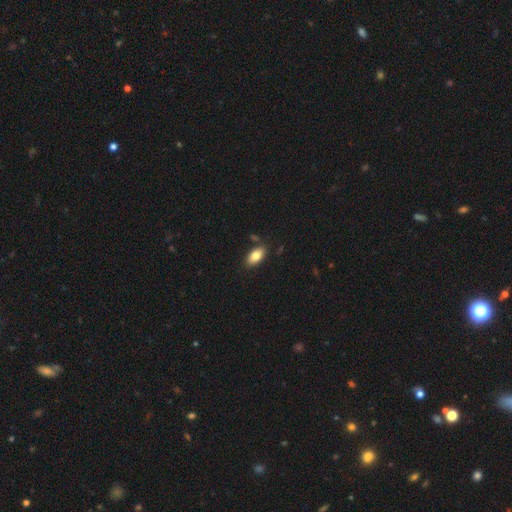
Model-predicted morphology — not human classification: Smooth or featured: smooth — 81% (featured or disk — 12%)
How rounded: in between — 93% (round — 4%)
Merging: none — 82% (minor disturbance — 12%)